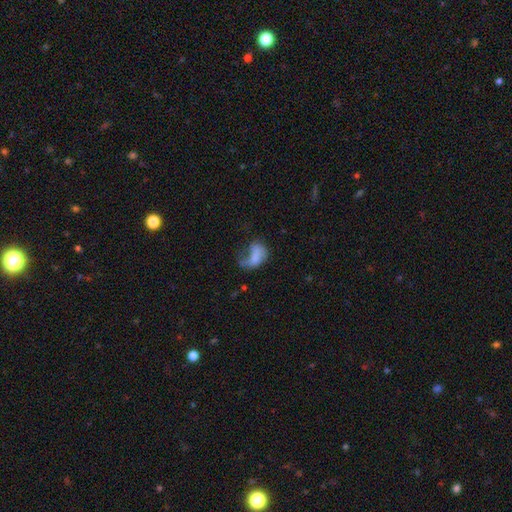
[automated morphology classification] Smooth or featured?
  - smooth: 61% *
  - featured or disk: 27%
  - star or artifact: 11%
How rounded?
  - in between: 84% *
  - round: 13%
  - cigar-shaped: 3%
Merging?
  - major disturbance: 53% *
  - none: 20%
  - minor disturbance: 18%
  - merger: 9%